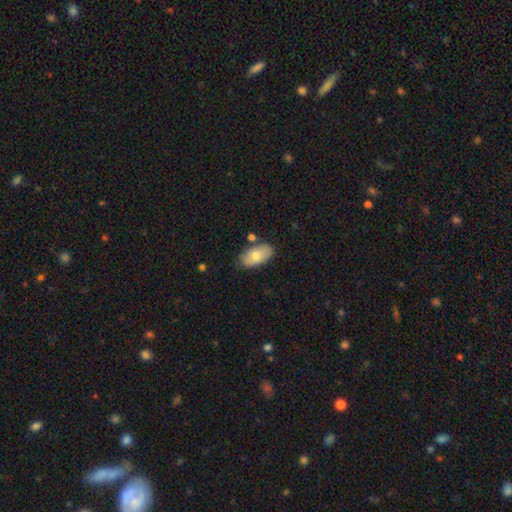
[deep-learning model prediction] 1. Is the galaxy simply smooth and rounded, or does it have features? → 74% smooth, 19% featured or disk, 7% star or artifact.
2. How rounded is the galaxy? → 94% in between, 3% round, 3% cigar-shaped.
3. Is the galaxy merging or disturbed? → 78% none, 14% minor disturbance, 6% merger, 3% major disturbance.